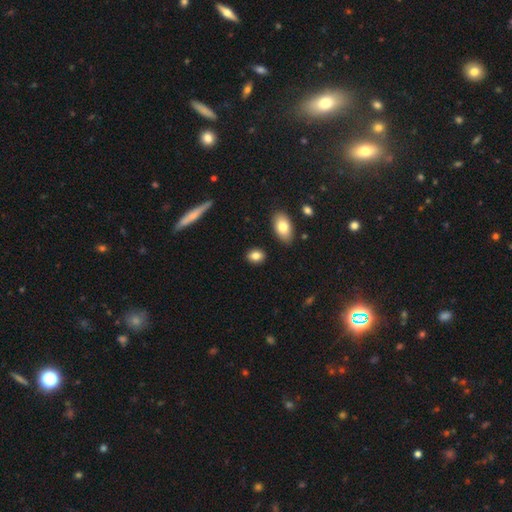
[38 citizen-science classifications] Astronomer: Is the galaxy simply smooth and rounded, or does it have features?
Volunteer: smooth — 84%.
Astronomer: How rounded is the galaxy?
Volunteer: in between — 56% (runner-up: round, 44%).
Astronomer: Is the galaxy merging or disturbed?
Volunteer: none — 86%.